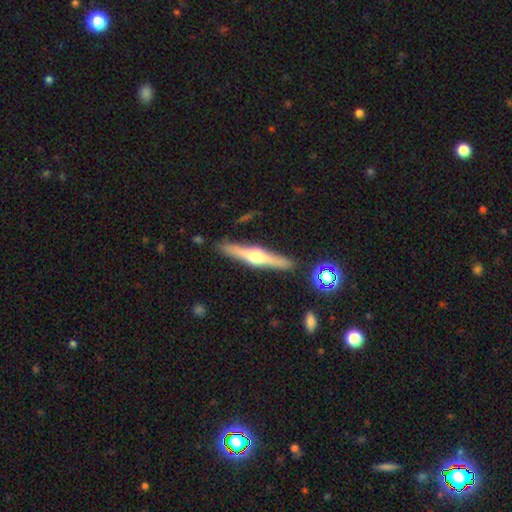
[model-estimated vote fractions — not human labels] Smooth or featured? featured or disk (69%)
Edge-on disk? yes (97%)
Edge-on bulge? rounded (94%)
Merging? none (89%)